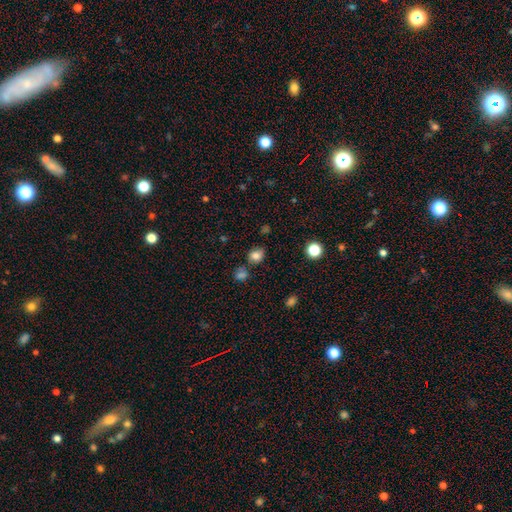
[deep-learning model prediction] This is likely a smooth galaxy (80%). How rounded: possibly round (56%). Merging: likely none (70%).